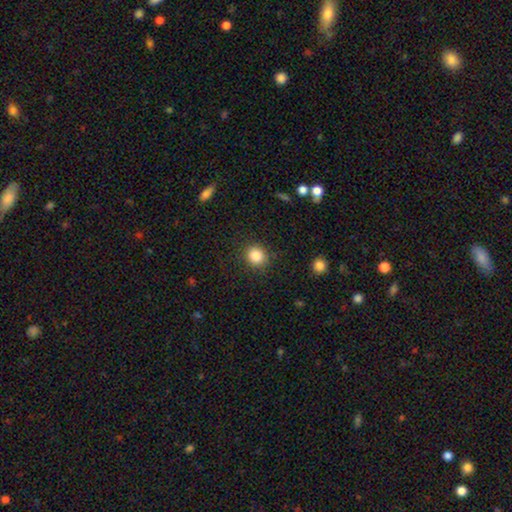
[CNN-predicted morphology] Smooth or featured?
  - smooth: 85% *
  - star or artifact: 10%
  - featured or disk: 4%
How rounded?
  - round: 85% *
  - in between: 14%
  - cigar-shaped: 1%
Merging?
  - none: 87% *
  - minor disturbance: 9%
  - major disturbance: 3%
  - merger: 1%